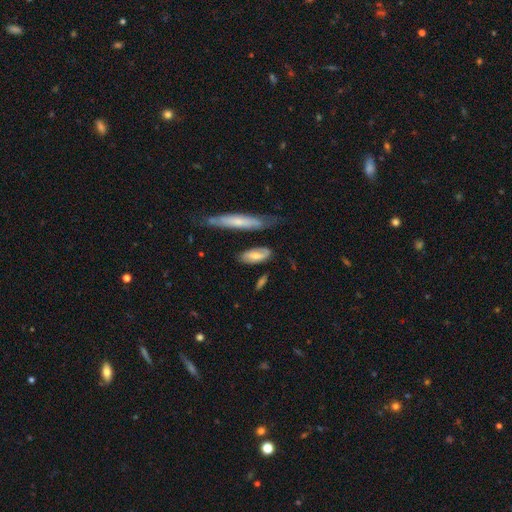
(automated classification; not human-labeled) This is possibly a smooth galaxy (54%). How rounded: likely in between (72%). Merging: likely none (67%).